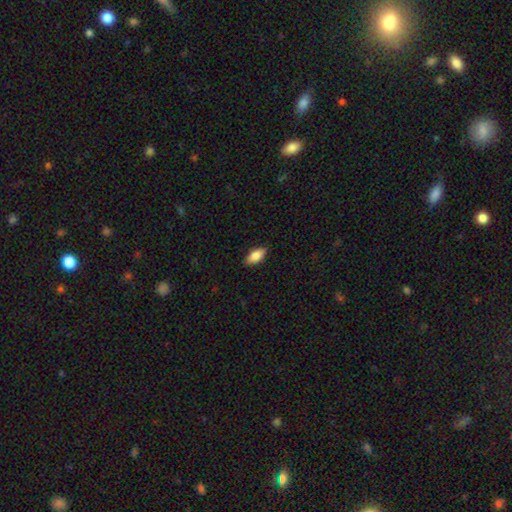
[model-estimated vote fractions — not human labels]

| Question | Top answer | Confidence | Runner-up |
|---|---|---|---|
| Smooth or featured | smooth | 81% | featured or disk (12%) |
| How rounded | in between | 87% | cigar-shaped (10%) |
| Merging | none | 88% | minor disturbance (10%) |